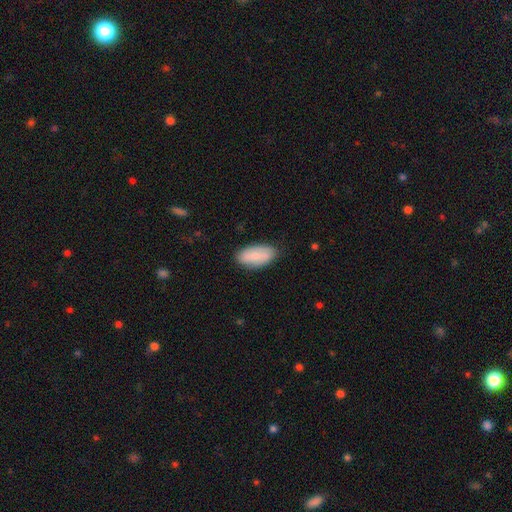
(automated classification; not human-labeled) Smooth or featured? Predicted: smooth (p=0.74). How rounded? Predicted: in between (p=0.93). Merging? Predicted: none (p=0.80).